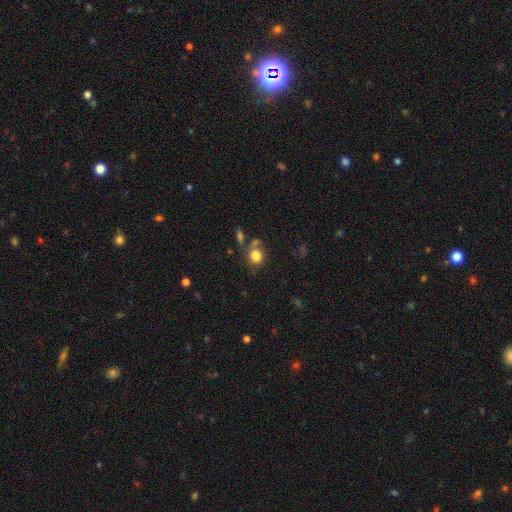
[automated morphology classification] smooth 82%, star or artifact 10%, featured or disk 8%. Down the decision tree: how rounded — round (73%); merging — none (62%).